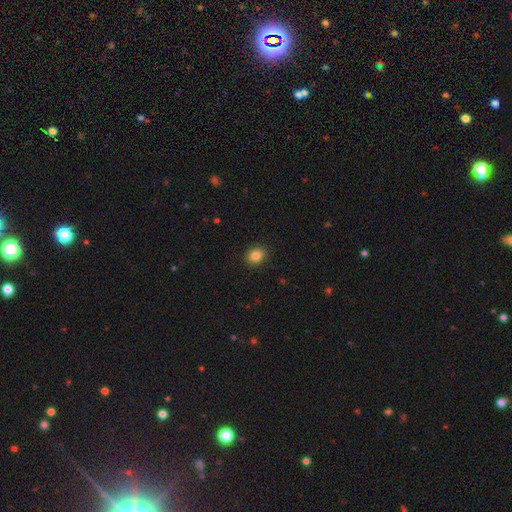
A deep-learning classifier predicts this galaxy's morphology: Smooth or featured?
  - smooth: 85% *
  - star or artifact: 10%
  - featured or disk: 5%
How rounded?
  - round: 67% *
  - in between: 32%
  - cigar-shaped: 1%
Merging?
  - none: 90% *
  - minor disturbance: 7%
  - major disturbance: 2%
  - merger: 1%